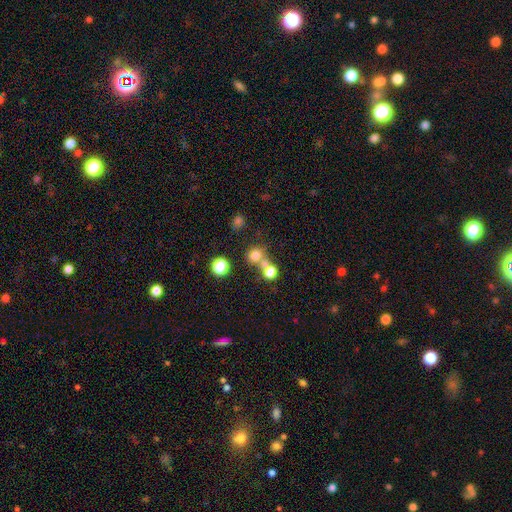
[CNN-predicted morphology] This is likely a smooth galaxy (71%). How rounded: clearly round (86%). Merging: possibly none (54%).